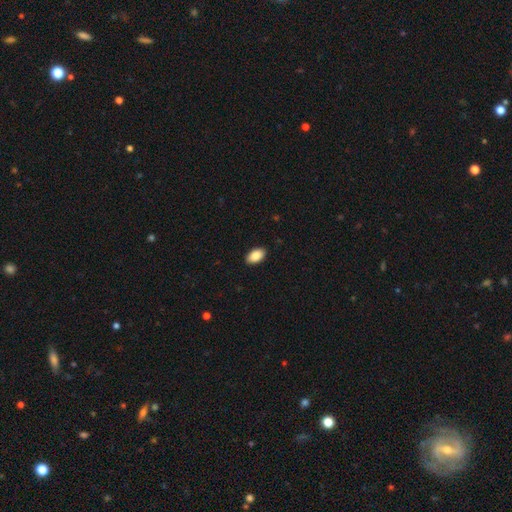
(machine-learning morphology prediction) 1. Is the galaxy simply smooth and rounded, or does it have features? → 89% smooth, 7% star or artifact, 5% featured or disk.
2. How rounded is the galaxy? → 94% in between, 4% round, 2% cigar-shaped.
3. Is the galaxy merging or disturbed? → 89% none, 8% minor disturbance, 2% major disturbance, 1% merger.